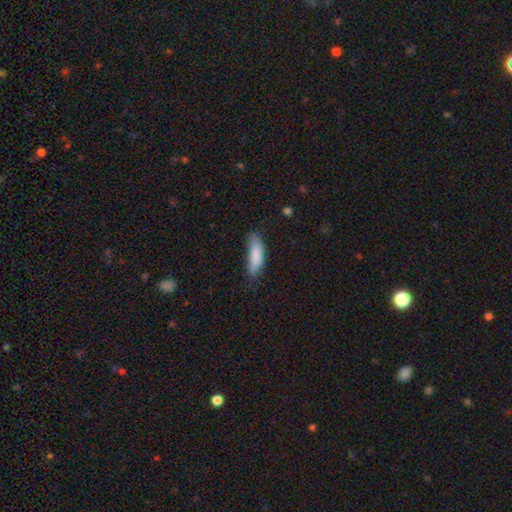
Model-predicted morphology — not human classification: Smooth or featured? Predicted: smooth (p=0.85). How rounded? Predicted: cigar-shaped (p=0.50). Merging? Predicted: none (p=0.60).